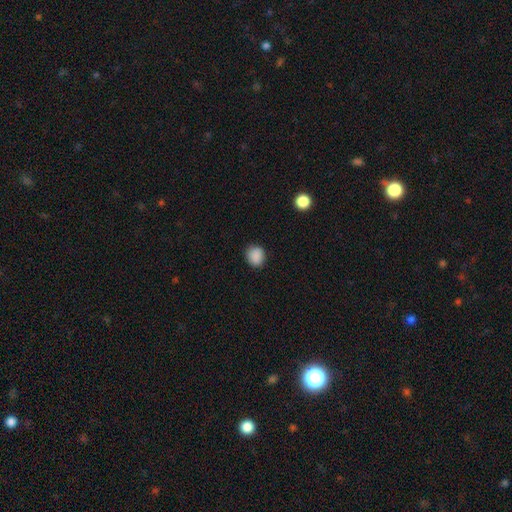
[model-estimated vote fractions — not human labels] Smooth or featured? smooth (88%)
How rounded? round (76%)
Merging? none (88%)